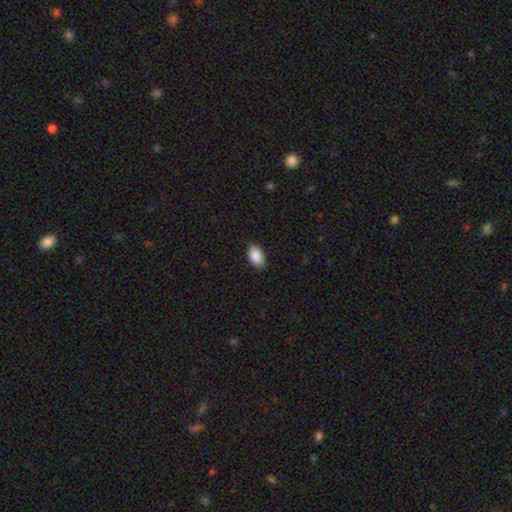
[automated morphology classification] This appears to be a smooth galaxy with no disk features (90%) that is in between round and cigar-shaped (93%). Merging: none (88%).